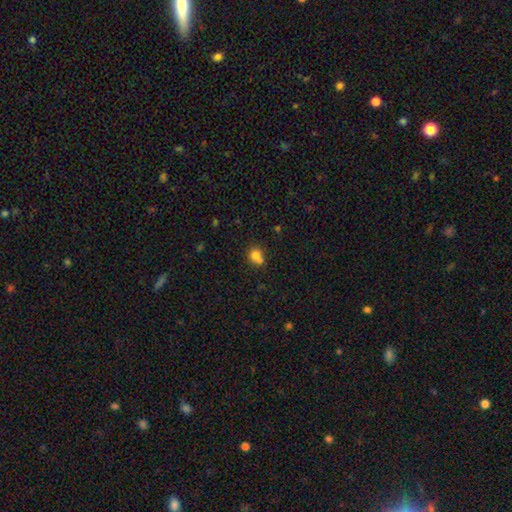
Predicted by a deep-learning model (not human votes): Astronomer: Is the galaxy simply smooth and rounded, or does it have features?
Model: smooth — 75%.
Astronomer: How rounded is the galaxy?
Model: round — 80%.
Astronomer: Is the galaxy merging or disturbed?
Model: none — 44%, tied with merger at 44%.